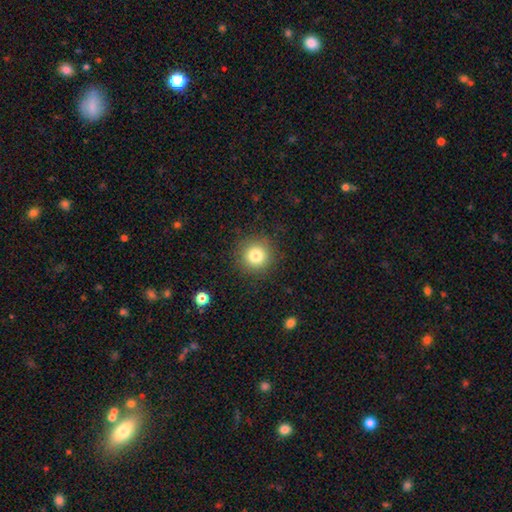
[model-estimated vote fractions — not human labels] Smooth or featured? Predicted: smooth (p=0.80). How rounded? Predicted: round (p=0.94). Merging? Predicted: none (p=0.89).